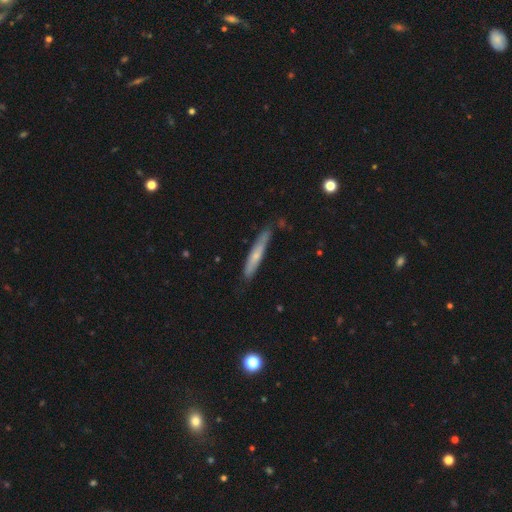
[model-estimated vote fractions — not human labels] Smooth or featured? Predicted: smooth (p=0.55). How rounded? Predicted: cigar-shaped (p=0.93). Merging? Predicted: none (p=0.77).